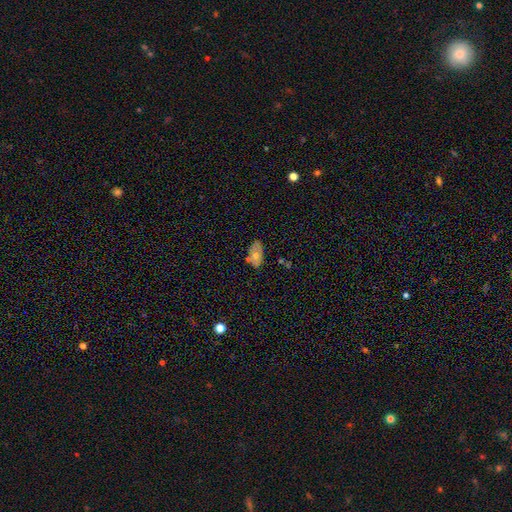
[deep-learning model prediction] Smooth or featured? smooth (58%)
How rounded? in between (89%)
Merging? none (70%)